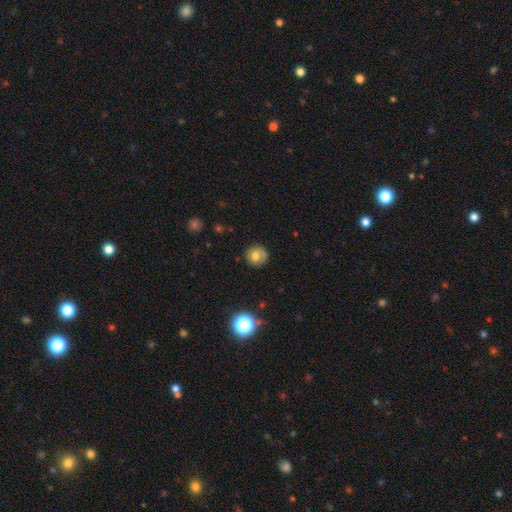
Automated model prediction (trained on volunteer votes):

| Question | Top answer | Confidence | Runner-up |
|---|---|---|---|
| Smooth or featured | smooth | 72% | featured or disk (17%) |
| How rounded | round | 91% | in between (8%) |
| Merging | none | 79% | minor disturbance (15%) |